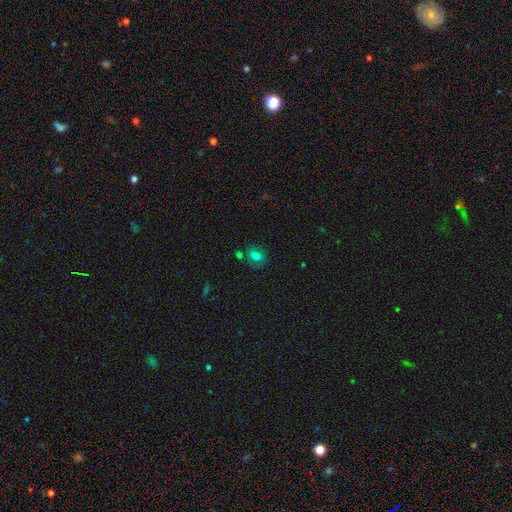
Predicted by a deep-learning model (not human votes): smooth 72%, star or artifact 16%, featured or disk 12%. Down the decision tree: how rounded — in between (55%); merging — none (71%).